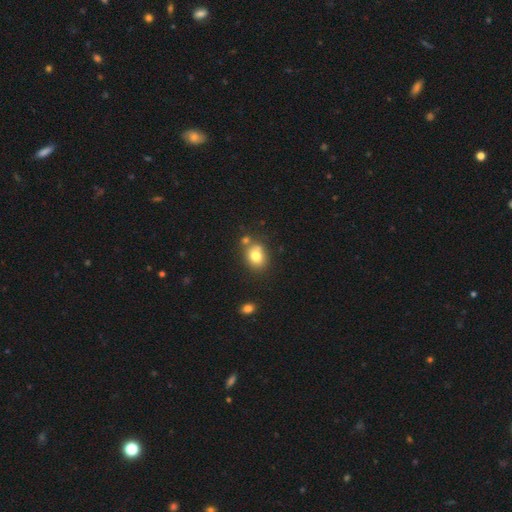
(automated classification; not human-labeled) smooth-or-featured: smooth: 77% | featured or disk: 12% | star or artifact: 11%
  how-rounded: round: 56% | in between: 43% | cigar-shaped: 1%
  merging: none: 63% | merger: 18% | minor disturbance: 14% | major disturbance: 4%